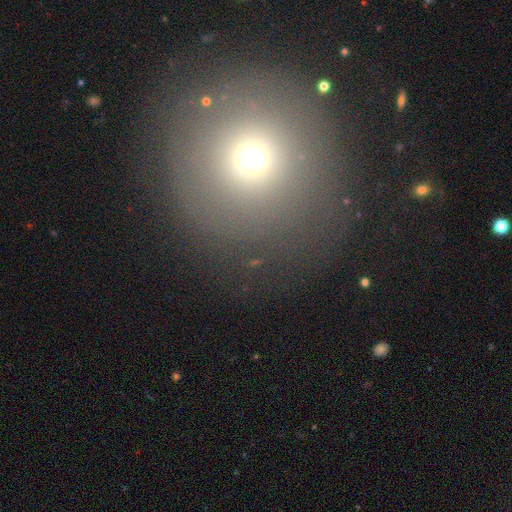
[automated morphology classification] Q: Smooth or featured?
A: smooth (64%); runner-up: star or artifact (22%)
Q: How rounded?
A: round (92%); runner-up: in between (6%)
Q: Merging?
A: none (82%); runner-up: minor disturbance (9%)